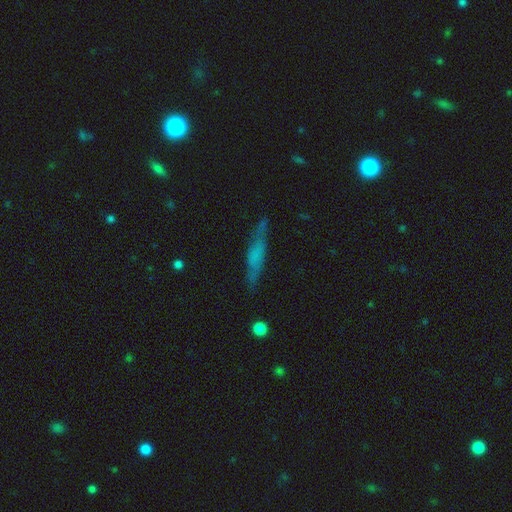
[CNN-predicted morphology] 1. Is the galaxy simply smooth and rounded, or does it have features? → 48% smooth, 43% featured or disk, 9% star or artifact.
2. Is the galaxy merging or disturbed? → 76% none, 17% minor disturbance, 5% major disturbance, 2% merger.